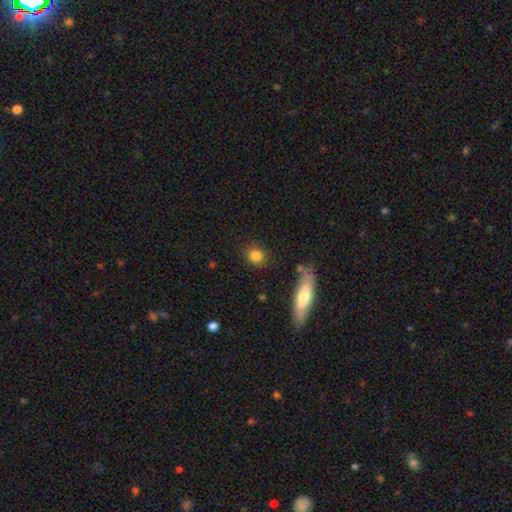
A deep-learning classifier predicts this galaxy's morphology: This is clearly a smooth galaxy (83%). How rounded: likely round (80%). Merging: clearly none (86%).